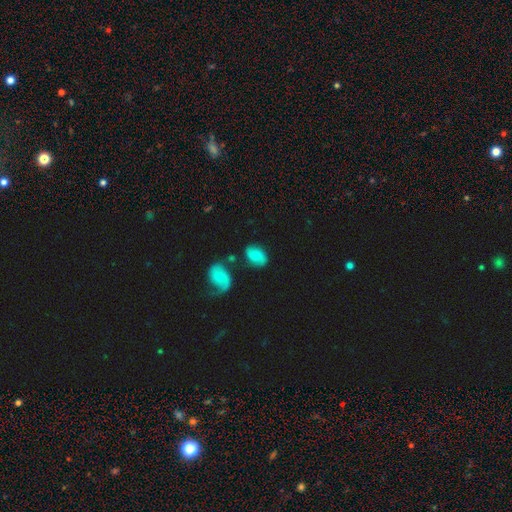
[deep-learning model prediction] smooth 55%, featured or disk 35%, star or artifact 10%. Down the decision tree: how rounded — in between (83%); merging — none (60%).